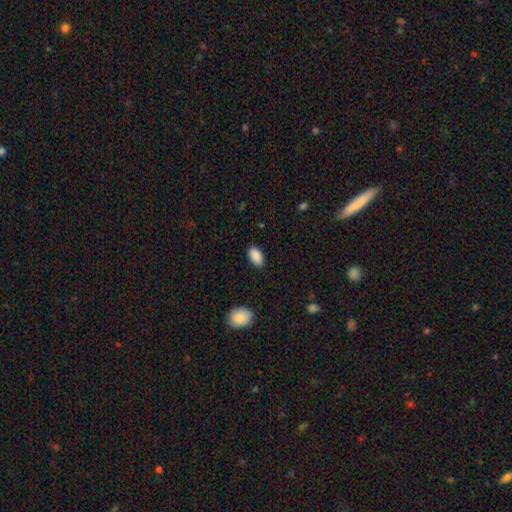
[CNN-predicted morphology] Smooth or featured? Predicted: smooth (p=0.89). How rounded? Predicted: in between (p=0.93). Merging? Predicted: none (p=0.87).